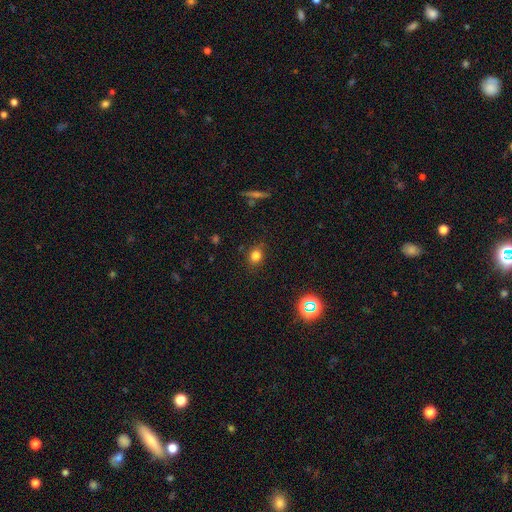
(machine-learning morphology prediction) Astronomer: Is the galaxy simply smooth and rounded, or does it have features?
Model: smooth — 78%.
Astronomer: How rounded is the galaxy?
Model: round — 65%.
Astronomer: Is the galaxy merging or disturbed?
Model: none — 82%.